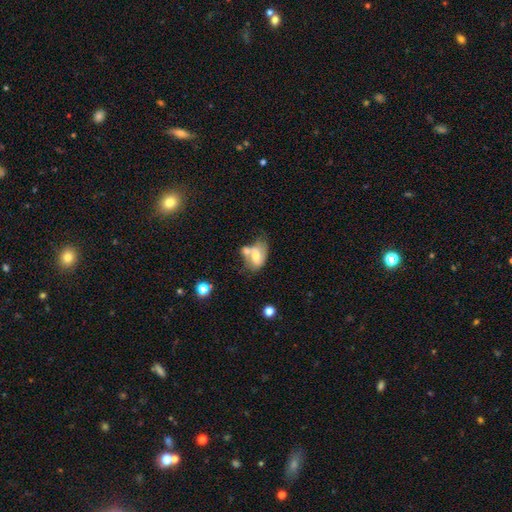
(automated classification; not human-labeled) A featured or disk galaxy (46%, tied with smooth).

Vote fractions:
- Smooth or featured? featured or disk: 46% (tied) / smooth: 46% (tied) / star or artifact: 8%
- Merging? merger: 42% / none: 29% / minor disturbance: 18% / major disturbance: 10%